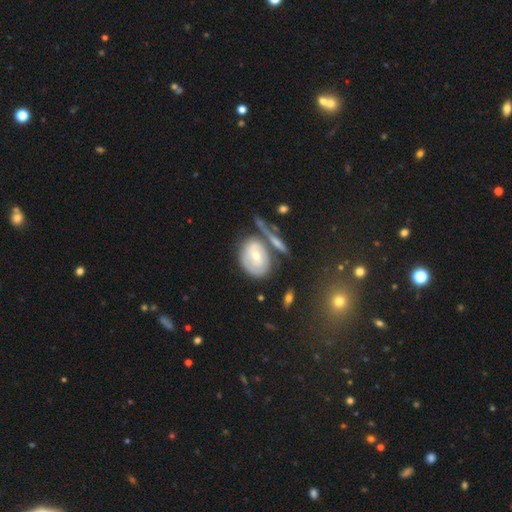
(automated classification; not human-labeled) This appears to be a featured or disk galaxy (56%). Merging: none (48%).